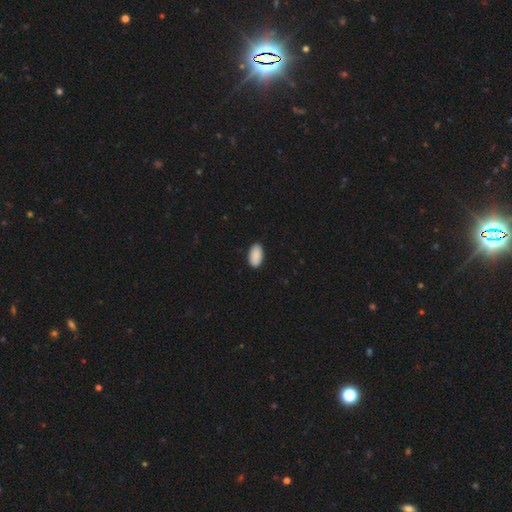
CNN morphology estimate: Smooth or featured? Predicted: smooth (p=0.91). How rounded? Predicted: in between (p=0.96). Merging? Predicted: none (p=0.89).